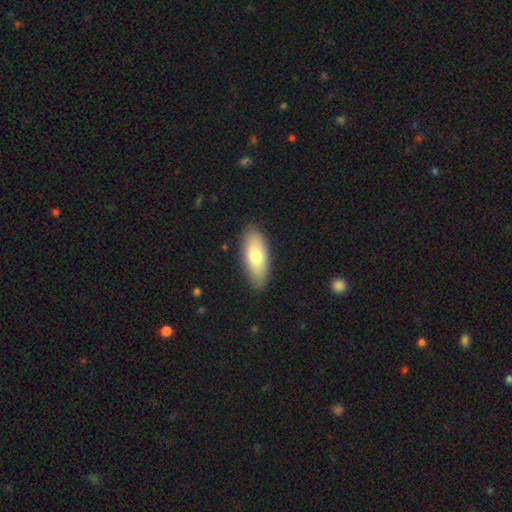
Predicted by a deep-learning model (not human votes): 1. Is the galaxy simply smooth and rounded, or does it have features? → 75% smooth, 19% featured or disk, 6% star or artifact.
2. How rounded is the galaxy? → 81% in between, 16% cigar-shaped, 2% round.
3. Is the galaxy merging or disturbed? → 85% none, 11% minor disturbance, 2% major disturbance, 1% merger.